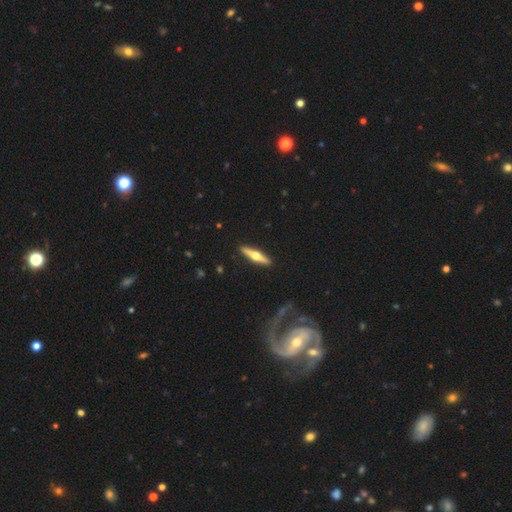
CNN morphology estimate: The model was most divided on "smooth or featured": featured or disk: 66%, smooth: 29%, star or artifact: 5%. More confident: edge-on disk — yes (96%); edge-on bulge — rounded (96%); merging — none (91%).